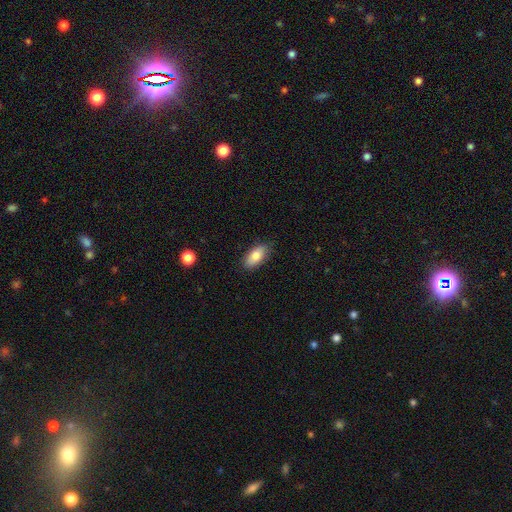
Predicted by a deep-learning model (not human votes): Morphology: type=smooth (80%); roundness=in between (90%); merging=none (84%).